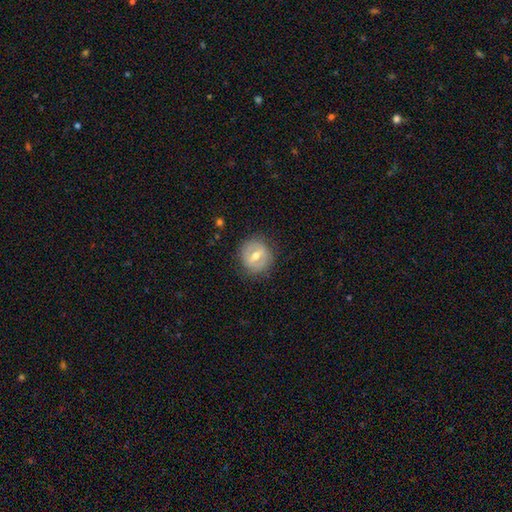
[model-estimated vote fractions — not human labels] This appears to be a featured or disk galaxy (52%). Merging: none (81%).